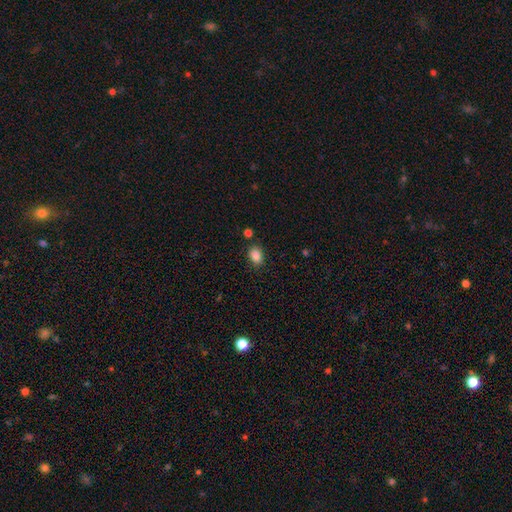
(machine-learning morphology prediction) smooth 87%, star or artifact 10%, featured or disk 4%. Down the decision tree: how rounded — in between (73%); merging — none (83%).